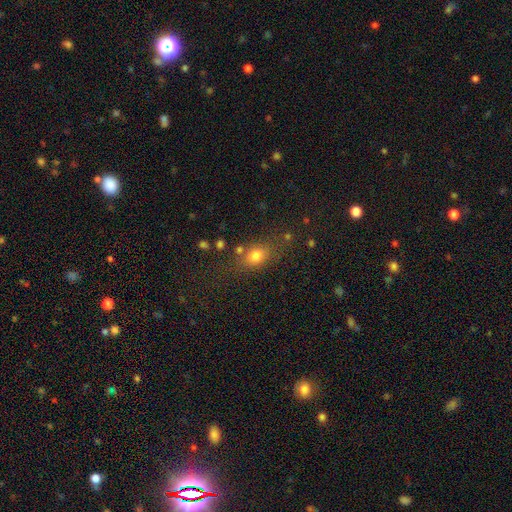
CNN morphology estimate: This is likely a smooth galaxy (76%). How rounded: possibly in between (58%). Merging: likely none (68%).